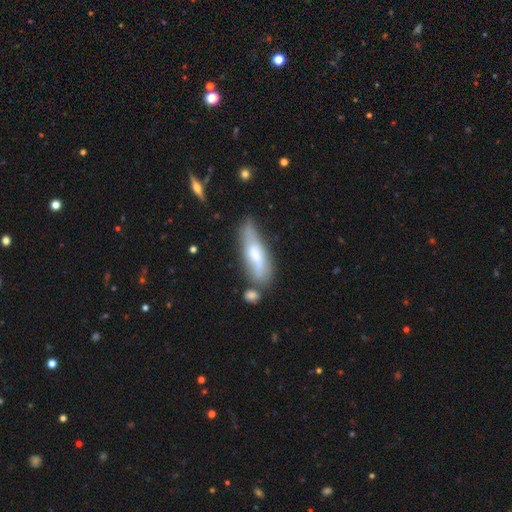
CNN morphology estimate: smooth-or-featured: smooth: 50% | featured or disk: 43% | star or artifact: 7%
  merging: none: 55% | minor disturbance: 25% | merger: 12% | major disturbance: 7%